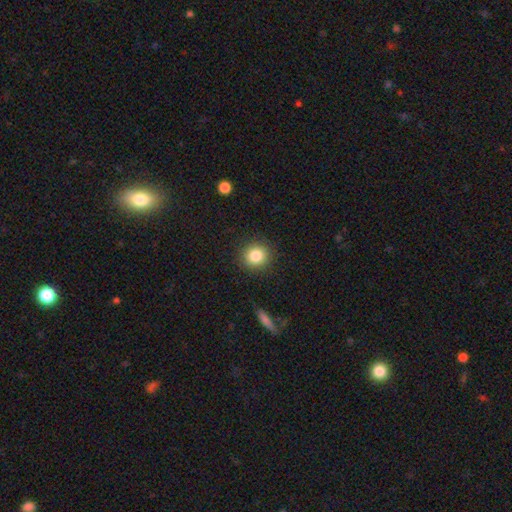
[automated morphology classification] Overall: smooth (84%). How rounded: round (87%). Merging: none (89%).